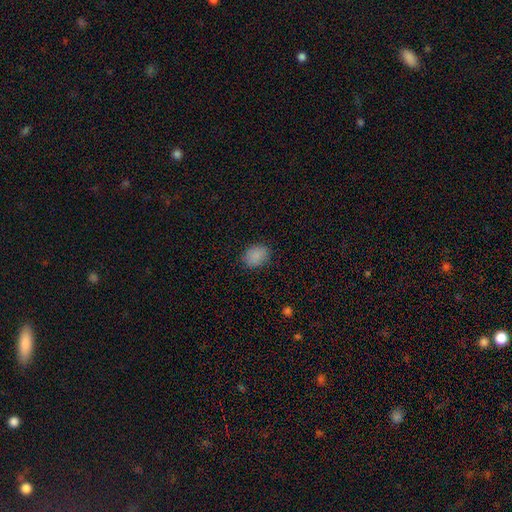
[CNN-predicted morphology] smooth 86%, star or artifact 10%, featured or disk 4%. Down the decision tree: how rounded — in between (62%); merging — none (84%).